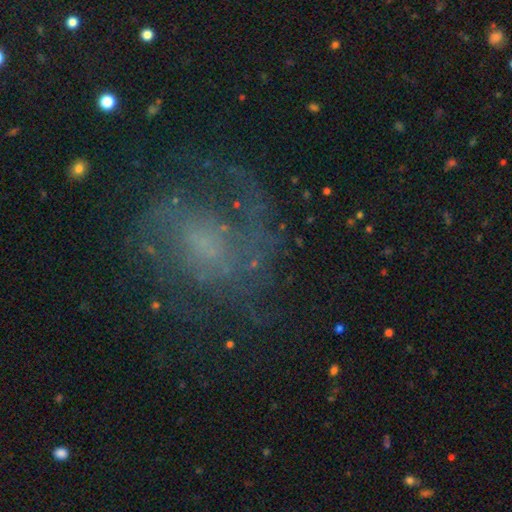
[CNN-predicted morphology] This appears to be a featured or disk galaxy (78%) with no bar (51%), 2 (51%) medium (46%) spiral arms (89%) and a small central bulge (40%). Merging: none (64%).